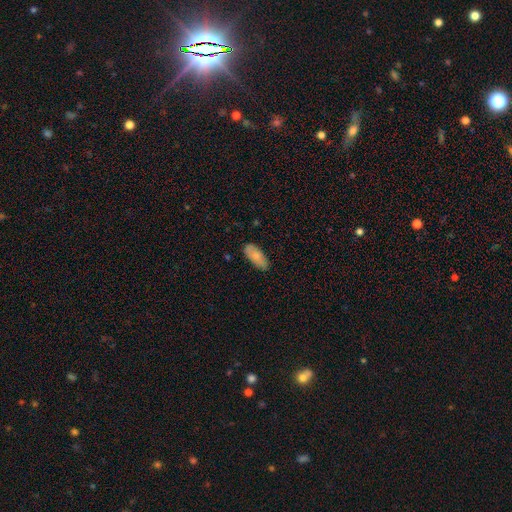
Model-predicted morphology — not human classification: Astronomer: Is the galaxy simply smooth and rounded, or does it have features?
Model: smooth — 80%.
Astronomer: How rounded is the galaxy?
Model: in between — 86%.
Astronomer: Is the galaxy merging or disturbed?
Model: none — 75%.